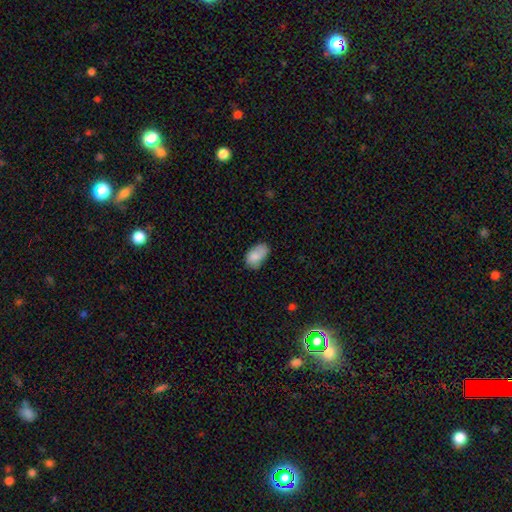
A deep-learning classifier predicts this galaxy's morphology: This appears to be a smooth galaxy with no disk features (84%) that is in between round and cigar-shaped (92%). Merging: none (59%).